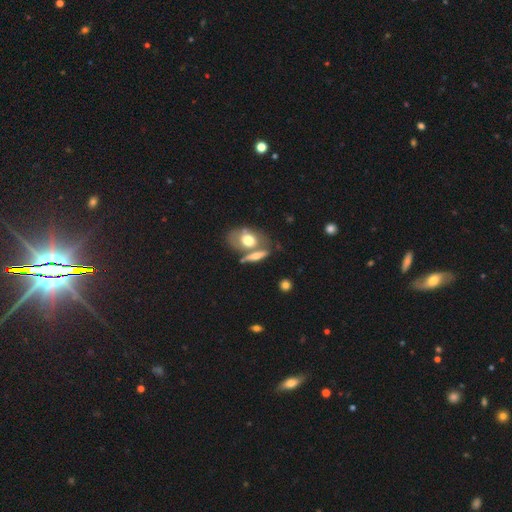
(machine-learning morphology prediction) Q: Smooth or featured?
A: smooth (53%); runner-up: featured or disk (39%)
Q: How rounded?
A: in between (58%); runner-up: cigar-shaped (24%)
Q: Merging?
A: none (47%); runner-up: merger (33%)